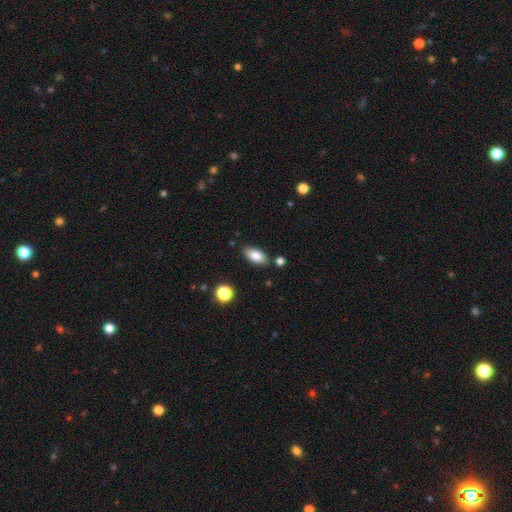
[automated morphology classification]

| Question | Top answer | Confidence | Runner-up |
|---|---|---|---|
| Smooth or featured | smooth | 81% | featured or disk (11%) |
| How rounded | in between | 89% | cigar-shaped (7%) |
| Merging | none | 83% | minor disturbance (11%) |